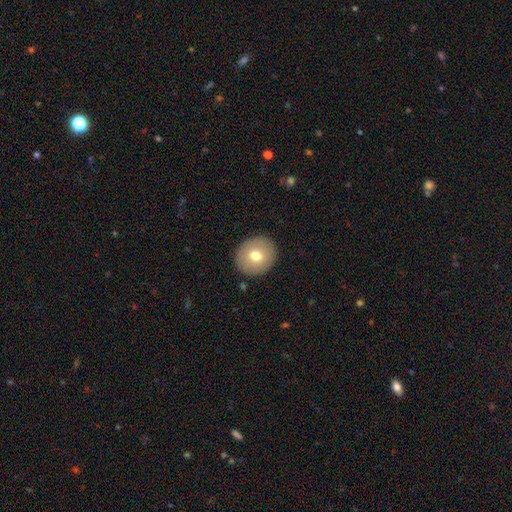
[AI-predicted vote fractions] Overall: smooth (71%). How rounded: round (87%). Merging: none (90%).